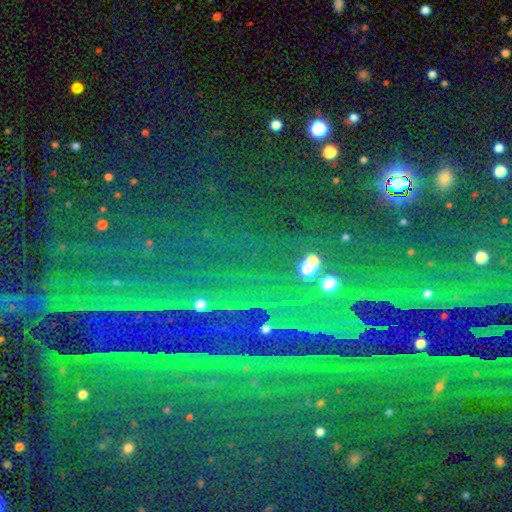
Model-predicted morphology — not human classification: Smooth or featured: star or artifact — 84% (smooth — 9%)